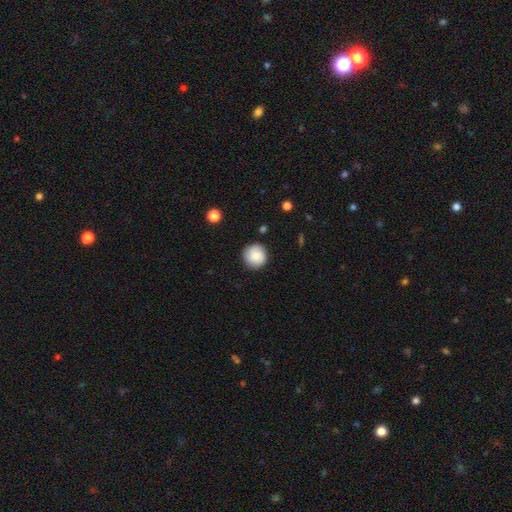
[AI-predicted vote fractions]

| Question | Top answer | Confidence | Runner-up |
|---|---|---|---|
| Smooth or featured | smooth | 84% | featured or disk (9%) |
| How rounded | round | 95% | in between (5%) |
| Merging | none | 87% | minor disturbance (9%) |